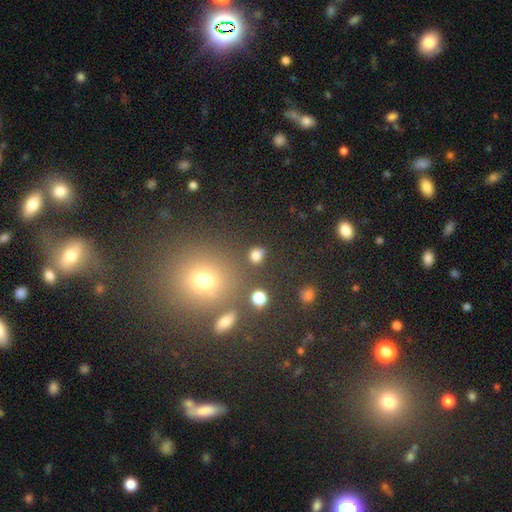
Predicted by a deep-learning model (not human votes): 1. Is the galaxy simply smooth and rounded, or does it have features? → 78% smooth, 16% star or artifact, 6% featured or disk.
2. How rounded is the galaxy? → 55% round, 43% in between, 2% cigar-shaped.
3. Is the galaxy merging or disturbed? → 78% none, 10% minor disturbance, 8% merger, 5% major disturbance.